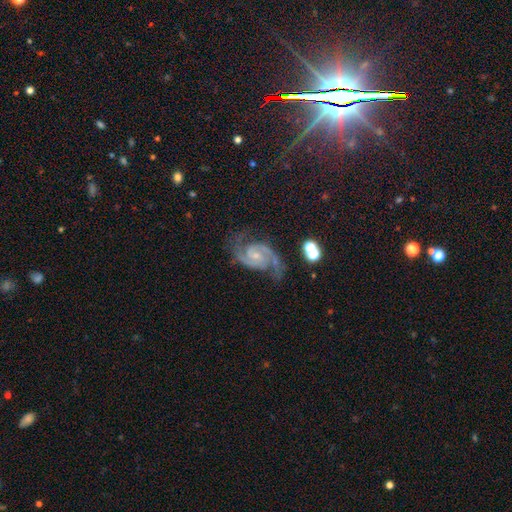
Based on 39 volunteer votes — This is clearly a featured or disk galaxy (100%). It is clearly not viewed edge-on (100%). Bar: possibly weak (49%). Spiral arm pattern: clearly yes (100%). Spiral arm count: clearly 2 (100%). Spiral winding: possibly tight (54%). Central bulge: likely small (77%). Merging: clearly none (82%).